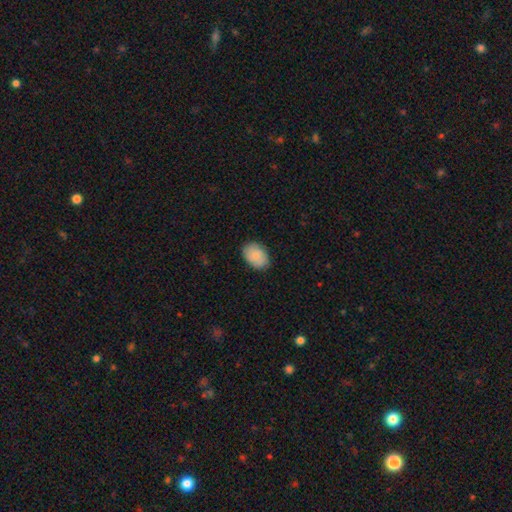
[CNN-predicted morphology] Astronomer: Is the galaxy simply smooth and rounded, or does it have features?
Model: smooth — 83%.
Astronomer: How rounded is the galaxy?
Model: in between — 81%.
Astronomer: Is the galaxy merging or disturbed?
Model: none — 83%.